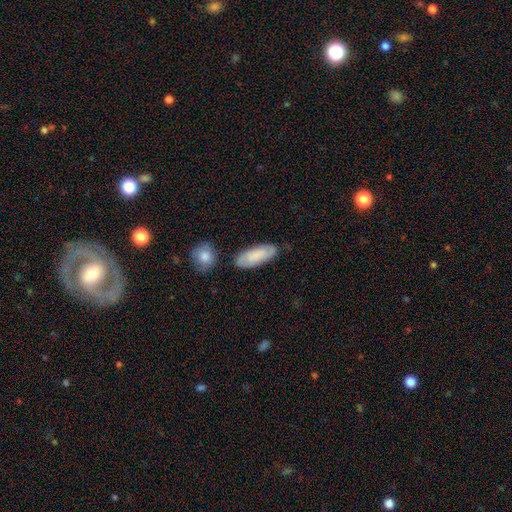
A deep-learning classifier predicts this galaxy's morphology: smooth_or_featured: smooth (p=0.71) [alt: featured or disk p=0.22]
how_rounded: in between (p=0.79) [alt: cigar-shaped p=0.18]
merging: none (p=0.80) [alt: minor disturbance p=0.13]